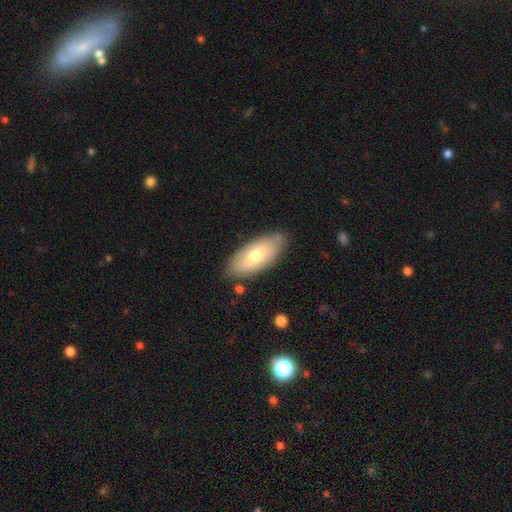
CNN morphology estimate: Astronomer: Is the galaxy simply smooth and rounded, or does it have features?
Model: smooth — 68%.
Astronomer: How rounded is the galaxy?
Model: in between — 87%.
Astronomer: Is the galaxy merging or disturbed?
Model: none — 83%.